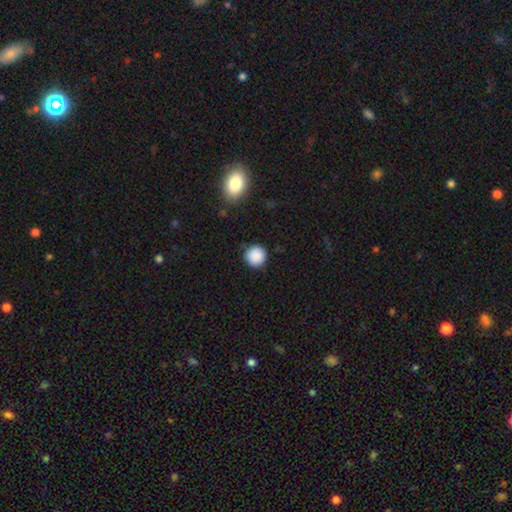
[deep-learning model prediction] Smooth or featured? Predicted: smooth (p=0.88). How rounded? Predicted: round (p=0.95). Merging? Predicted: none (p=0.89).